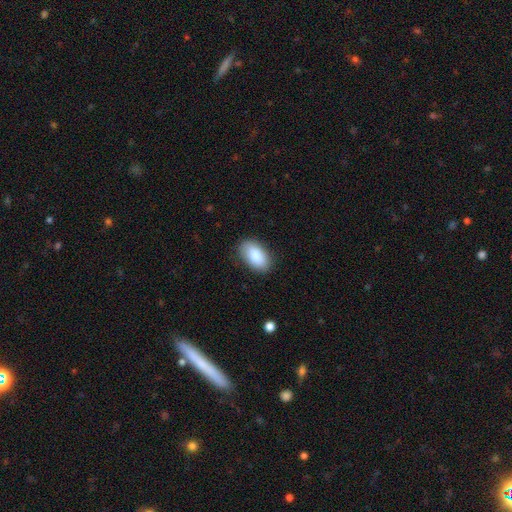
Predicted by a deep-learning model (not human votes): smooth_or_featured: smooth (p=0.87) [alt: featured or disk p=0.07]
how_rounded: in between (p=0.94) [alt: round p=0.04]
merging: none (p=0.86) [alt: minor disturbance p=0.10]